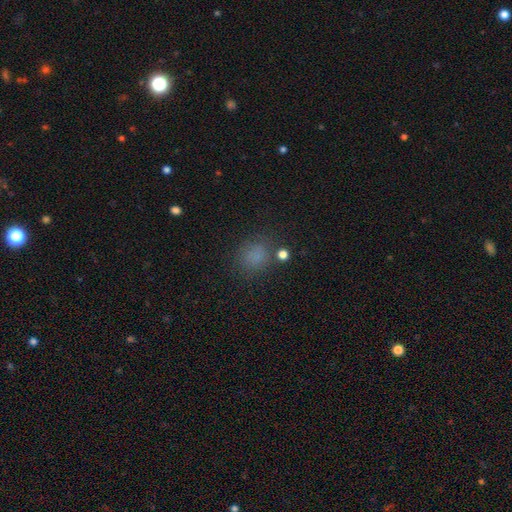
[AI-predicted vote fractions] The model was most divided on "how rounded": round: 74%, in between: 25%, cigar-shaped: 1%. More confident: merging — none (78%); smooth or featured — smooth (75%).